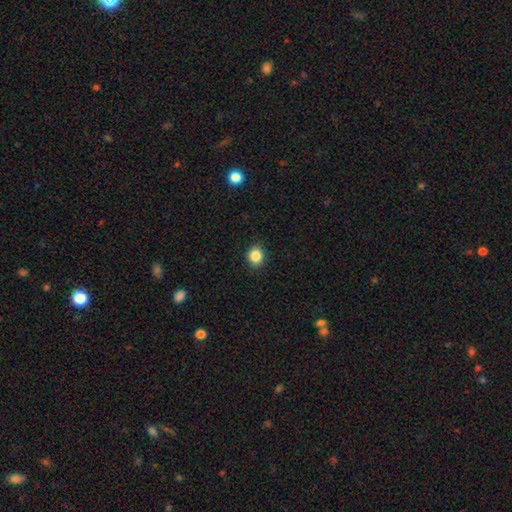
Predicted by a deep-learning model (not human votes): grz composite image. It shows a smooth galaxy with no disk features (86%) that is round (74%). Merging: none (90%).